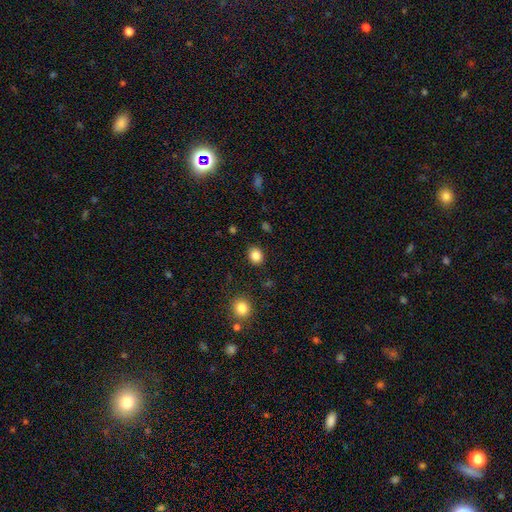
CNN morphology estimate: type=smooth (84%); roundness=round (62%); merging=none (89%).